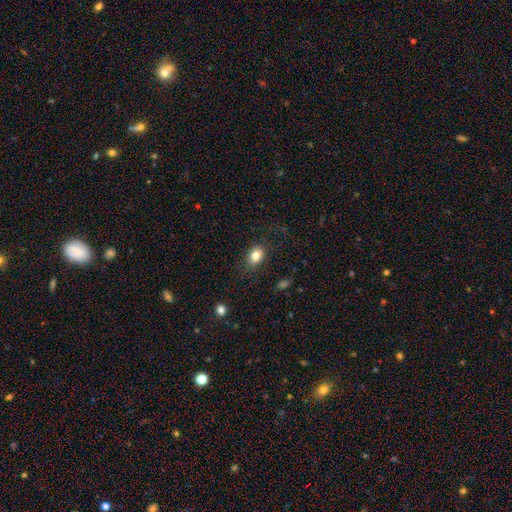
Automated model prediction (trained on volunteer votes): smooth_or_featured: smooth (p=0.82) [alt: star or artifact p=0.10]
how_rounded: in between (p=0.65) [alt: round p=0.34]
merging: none (p=0.80) [alt: minor disturbance p=0.14]